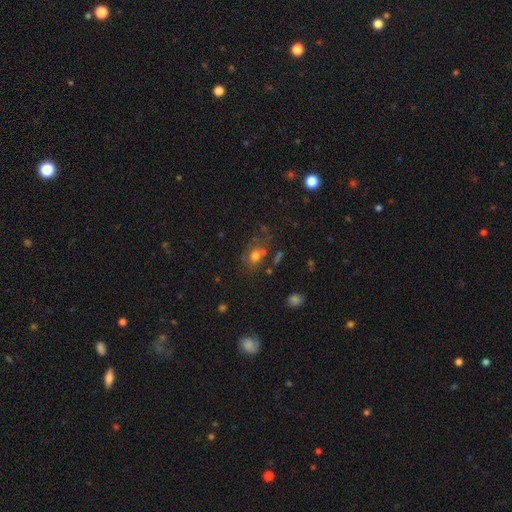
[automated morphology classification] The model was most divided on "how rounded": round: 58%, in between: 41%, cigar-shaped: 1%. More confident: smooth or featured — smooth (67%); merging — none (52%).